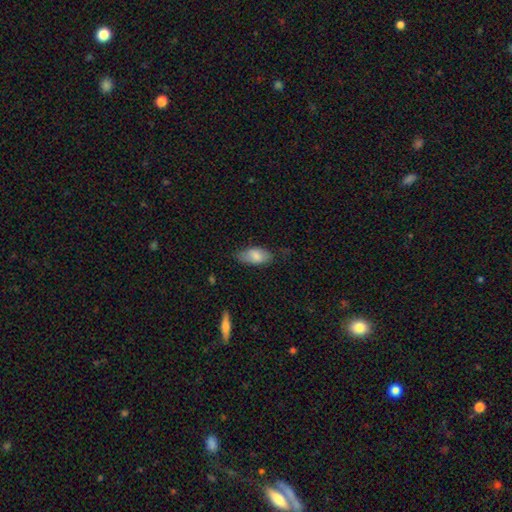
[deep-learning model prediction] Q: Smooth or featured?
A: smooth (77%); runner-up: featured or disk (17%)
Q: How rounded?
A: in between (91%); runner-up: cigar-shaped (6%)
Q: Merging?
A: none (64%); runner-up: minor disturbance (27%)